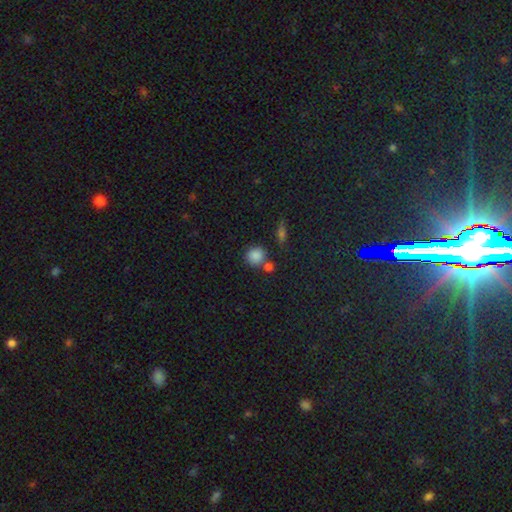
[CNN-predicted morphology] Q: Smooth or featured?
A: smooth (84%); runner-up: star or artifact (11%)
Q: How rounded?
A: round (88%); runner-up: in between (11%)
Q: Merging?
A: none (67%); runner-up: merger (18%)